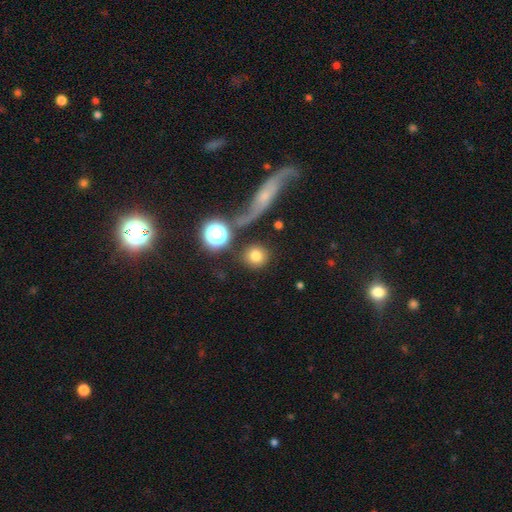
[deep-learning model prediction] Smooth or featured? smooth (77%)
How rounded? round (90%)
Merging? none (80%)